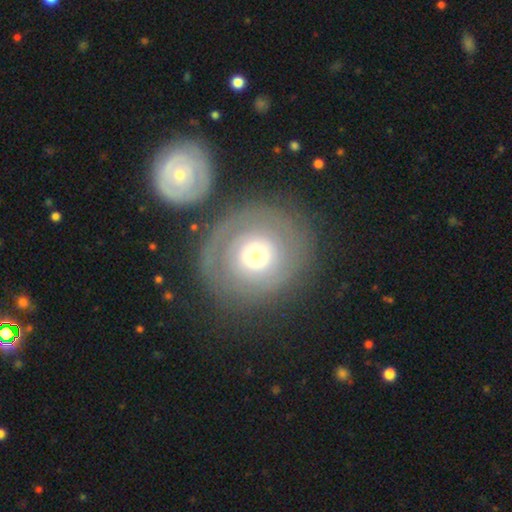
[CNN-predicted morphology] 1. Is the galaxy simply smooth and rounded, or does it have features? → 53% featured or disk, 40% smooth, 7% star or artifact.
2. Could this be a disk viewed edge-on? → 96% no, 4% yes.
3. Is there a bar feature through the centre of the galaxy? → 89% no, 8% weak, 3% strong.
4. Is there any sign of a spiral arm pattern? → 51% yes, 49% no.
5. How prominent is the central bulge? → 52% moderate, 31% small, 13% large, 3% dominant, 1% none.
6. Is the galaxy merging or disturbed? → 69% none, 13% minor disturbance, 9% merger, 9% major disturbance.